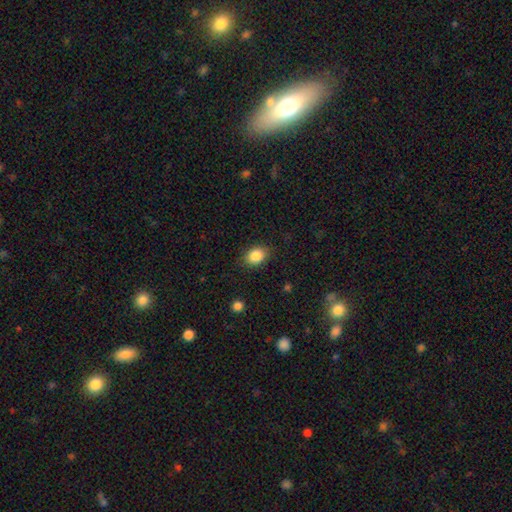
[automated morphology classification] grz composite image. It shows a smooth galaxy with no disk features (86%) that is in between round and cigar-shaped (65%). Merging: none (85%).